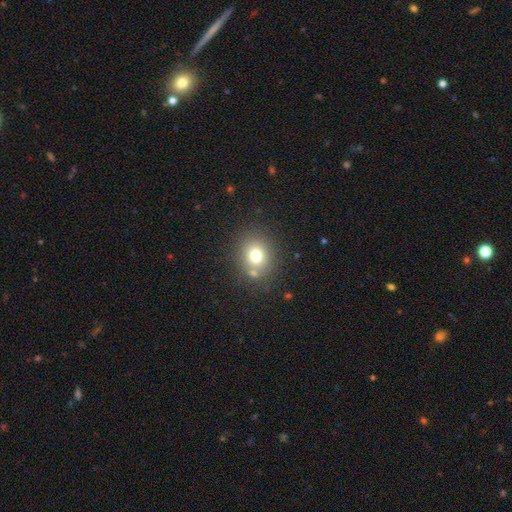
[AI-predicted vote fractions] This is likely a smooth galaxy (74%). How rounded: likely round (71%). Merging: likely none (77%).